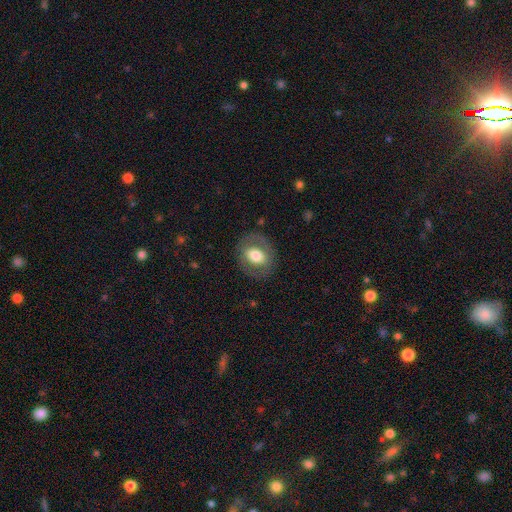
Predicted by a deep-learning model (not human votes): Smooth or featured? Predicted: smooth (p=0.56). How rounded? Predicted: round (p=0.50). Merging? Predicted: none (p=0.80).